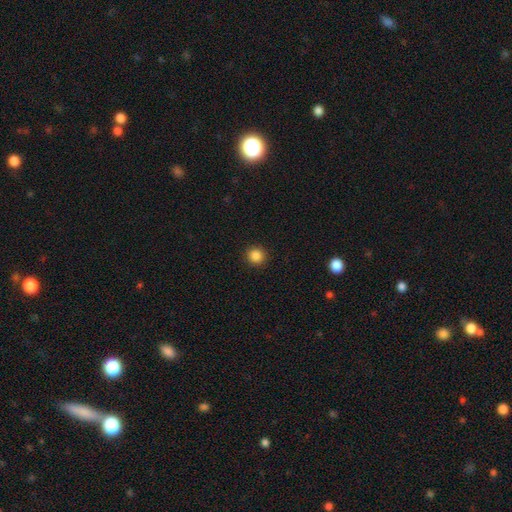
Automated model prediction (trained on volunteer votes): Smooth or featured? Predicted: smooth (p=0.86). How rounded? Predicted: round (p=0.94). Merging? Predicted: none (p=0.93).